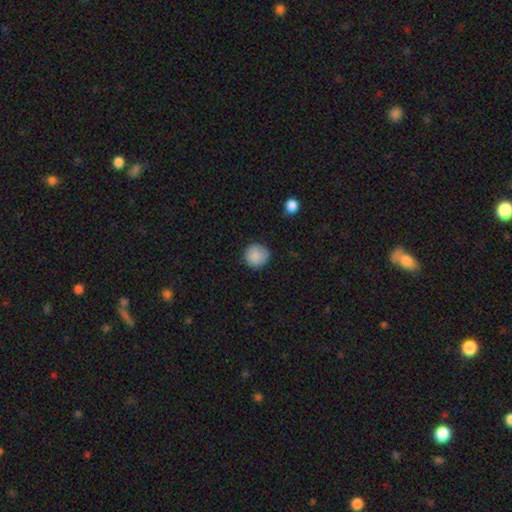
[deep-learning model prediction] Morphology: type=smooth (87%); roundness=round (93%); merging=none (84%).